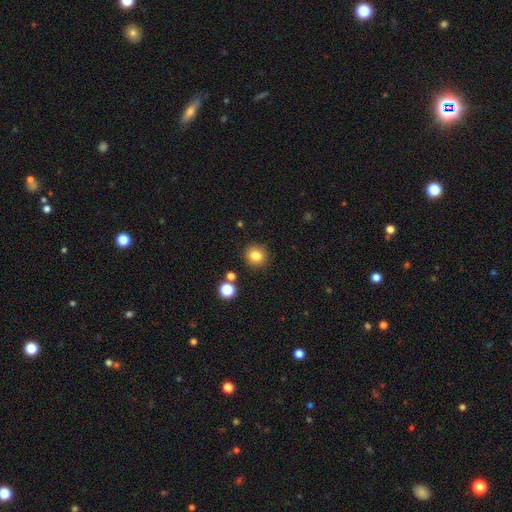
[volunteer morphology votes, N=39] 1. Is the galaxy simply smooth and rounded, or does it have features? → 87% smooth, 8% featured or disk, 5% star or artifact.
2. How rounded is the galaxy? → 100% round, 0% in between, 0% cigar-shaped.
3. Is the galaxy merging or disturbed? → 97% none, 3% minor disturbance, 0% major disturbance, 0% merger.